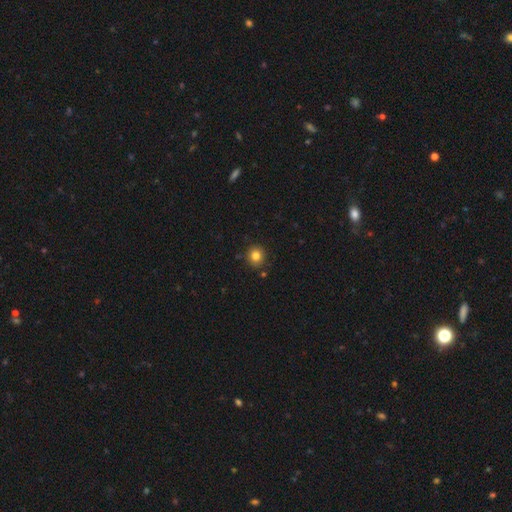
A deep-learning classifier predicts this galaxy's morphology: Smooth or featured?
  - smooth: 83% *
  - star or artifact: 11%
  - featured or disk: 6%
How rounded?
  - round: 91% *
  - in between: 8%
  - cigar-shaped: 1%
Merging?
  - none: 88% *
  - minor disturbance: 8%
  - merger: 2%
  - major disturbance: 2%